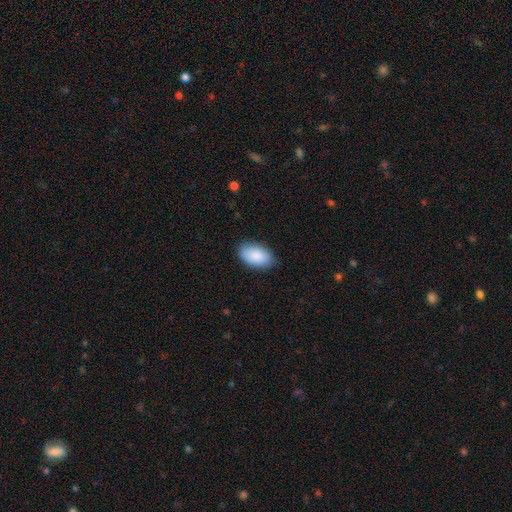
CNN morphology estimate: Smooth or featured?
  - smooth: 88% *
  - star or artifact: 6%
  - featured or disk: 6%
How rounded?
  - in between: 94% *
  - round: 5%
  - cigar-shaped: 1%
Merging?
  - none: 84% *
  - minor disturbance: 12%
  - major disturbance: 3%
  - merger: 1%